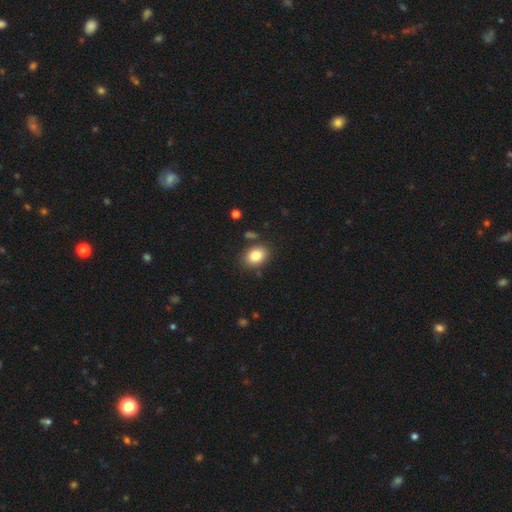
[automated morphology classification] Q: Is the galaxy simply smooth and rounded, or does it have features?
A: smooth — 85%.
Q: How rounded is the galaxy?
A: in between — 69%.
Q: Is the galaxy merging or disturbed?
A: none — 81%.